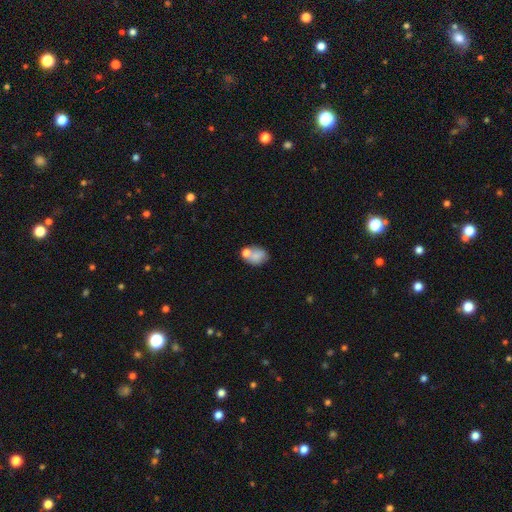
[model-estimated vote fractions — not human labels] Smooth or featured? smooth (71%)
How rounded? in between (68%)
Merging? none (42%)